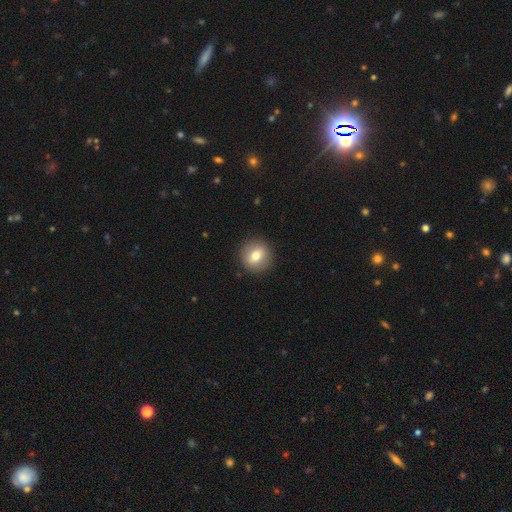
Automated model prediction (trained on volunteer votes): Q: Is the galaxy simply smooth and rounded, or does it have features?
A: smooth — 74%.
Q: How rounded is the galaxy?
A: round — 87%.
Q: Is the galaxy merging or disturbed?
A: none — 91%.